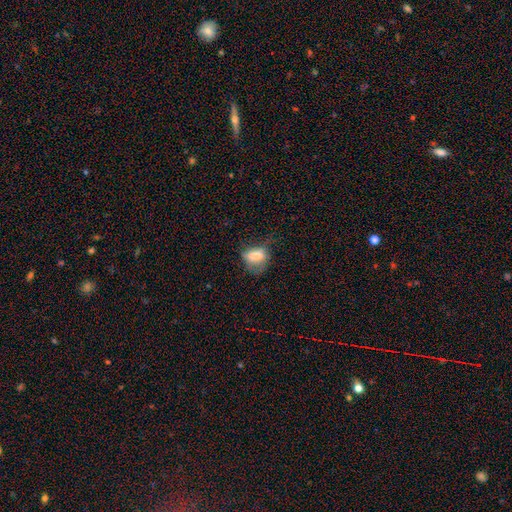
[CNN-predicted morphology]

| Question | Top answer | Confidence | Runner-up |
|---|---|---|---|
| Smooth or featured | smooth | 72% | featured or disk (18%) |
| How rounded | in between | 75% | round (21%) |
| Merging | none | 33% | tied: major disturbance (33%) |